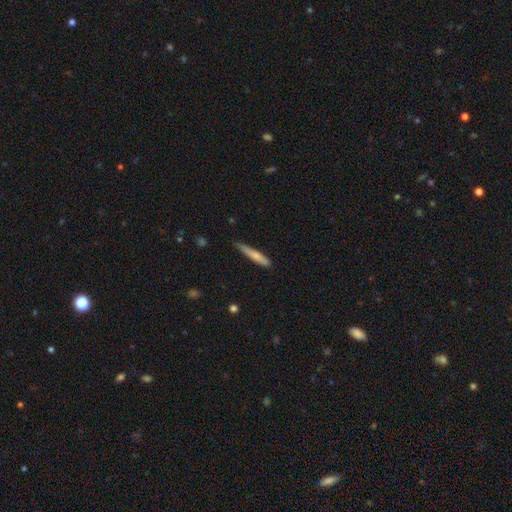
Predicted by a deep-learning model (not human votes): The model was most divided on "smooth or featured": smooth: 71%, featured or disk: 23%, star or artifact: 6%. More confident: how rounded — cigar-shaped (93%); merging — none (72%).